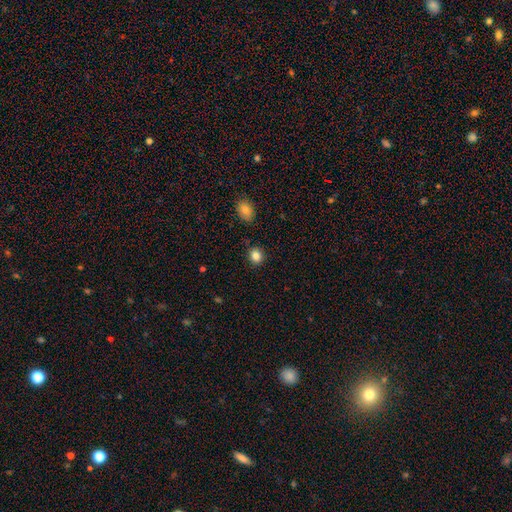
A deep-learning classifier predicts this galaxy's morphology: A smooth galaxy with no disk features (84%) that is round (74%).

Vote fractions:
- Smooth or featured? smooth: 84% / star or artifact: 11% / featured or disk: 5%
- How rounded? round: 74% / in between: 25% / cigar-shaped: 1%
- Merging? none: 88% / minor disturbance: 8% / merger: 2% / major disturbance: 2%